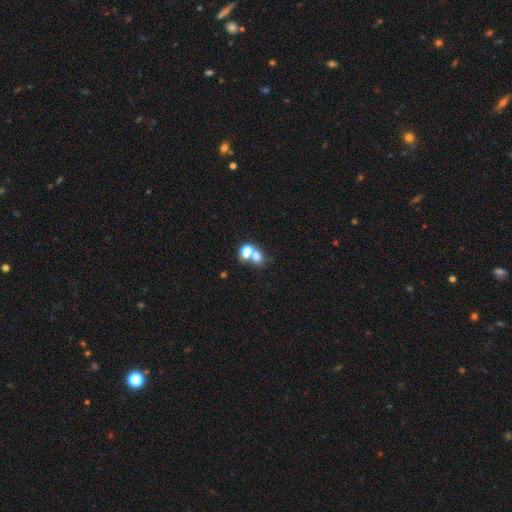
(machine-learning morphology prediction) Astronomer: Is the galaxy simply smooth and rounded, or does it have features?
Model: smooth — 68%.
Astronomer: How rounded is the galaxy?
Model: round — 50% (runner-up: in between, 48%).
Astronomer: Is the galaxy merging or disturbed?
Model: merger — 62%.